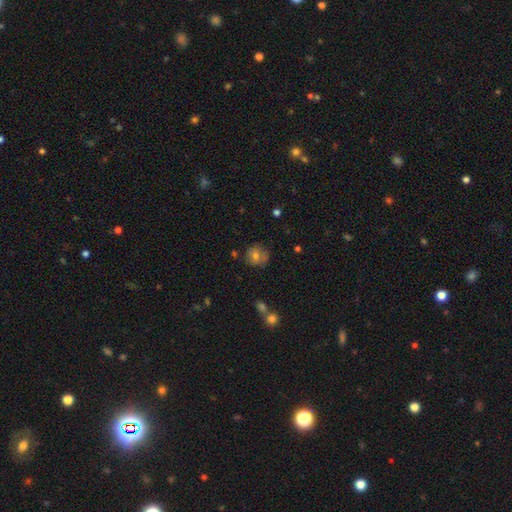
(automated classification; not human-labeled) smooth-or-featured: smooth: 67% | featured or disk: 20% | star or artifact: 13%
  how-rounded: round: 77% | in between: 22% | cigar-shaped: 1%
  merging: none: 70% | minor disturbance: 20% | major disturbance: 7% | merger: 4%